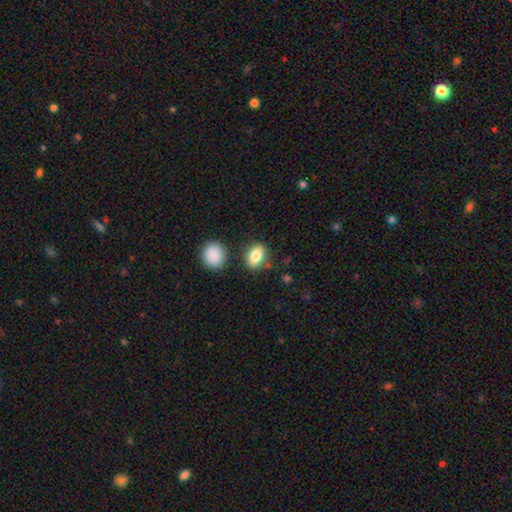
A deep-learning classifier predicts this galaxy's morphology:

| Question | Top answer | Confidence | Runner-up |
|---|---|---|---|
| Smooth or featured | smooth | 83% | featured or disk (9%) |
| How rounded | in between | 79% | round (19%) |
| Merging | none | 79% | minor disturbance (11%) |